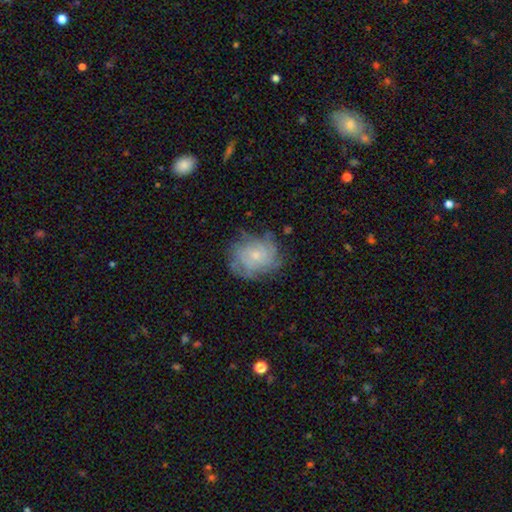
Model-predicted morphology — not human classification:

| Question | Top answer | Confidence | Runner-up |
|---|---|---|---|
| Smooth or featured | featured or disk | 64% | smooth (27%) |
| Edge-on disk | no | 98% | yes (2%) |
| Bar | no | 78% | weak (19%) |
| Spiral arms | yes | 85% | no (15%) |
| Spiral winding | tight | 61% | medium (29%) |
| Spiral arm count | can't tell | 51% | 4 (15%) |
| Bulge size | small | 67% | moderate (26%) |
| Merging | none | 67% | minor disturbance (21%) |